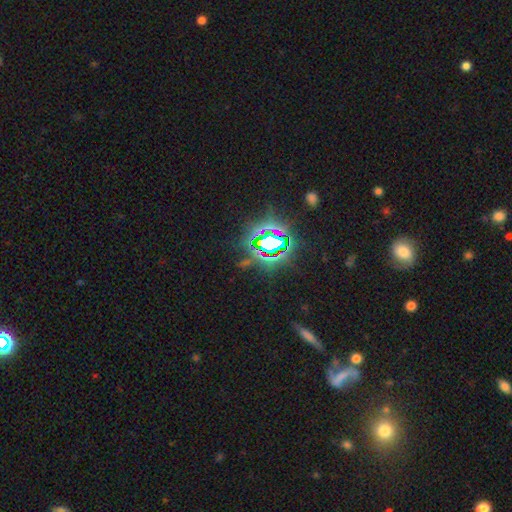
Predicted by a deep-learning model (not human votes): Smooth or featured?
  - star or artifact: 82% *
  - smooth: 10%
  - featured or disk: 8%